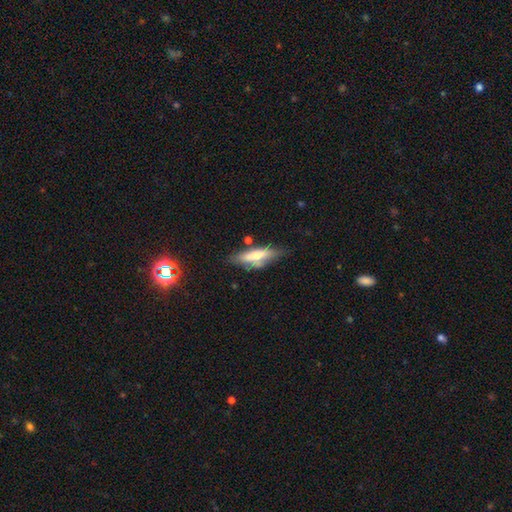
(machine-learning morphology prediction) Q: Smooth or featured?
A: smooth (60%); runner-up: featured or disk (33%)
Q: How rounded?
A: cigar-shaped (61%); runner-up: in between (37%)
Q: Merging?
A: none (60%); runner-up: minor disturbance (24%)